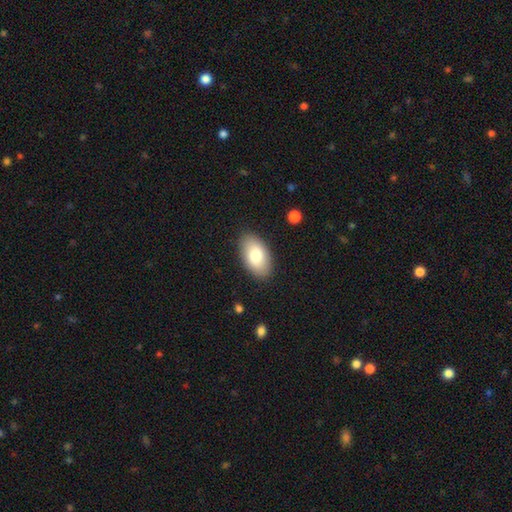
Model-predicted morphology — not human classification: This appears to be a smooth galaxy with no disk features (79%) that is in between round and cigar-shaped (95%). Merging: none (87%).